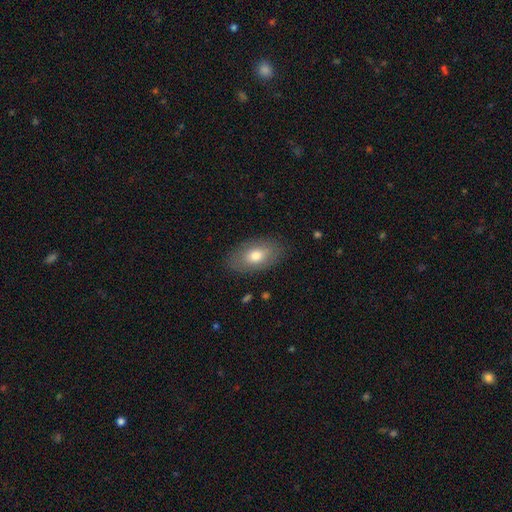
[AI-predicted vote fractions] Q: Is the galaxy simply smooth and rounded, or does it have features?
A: smooth — 71%.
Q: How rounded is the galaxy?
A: in between — 92%.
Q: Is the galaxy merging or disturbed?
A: none — 83%.